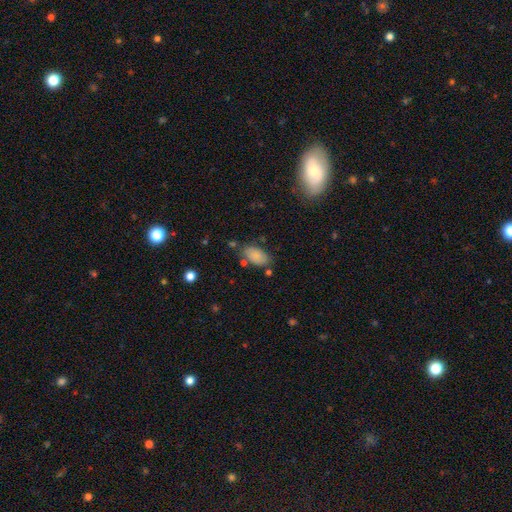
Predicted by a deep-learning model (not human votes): Q: Smooth or featured?
A: smooth (85%); runner-up: star or artifact (8%)
Q: How rounded?
A: in between (94%); runner-up: round (4%)
Q: Merging?
A: none (71%); runner-up: minor disturbance (17%)